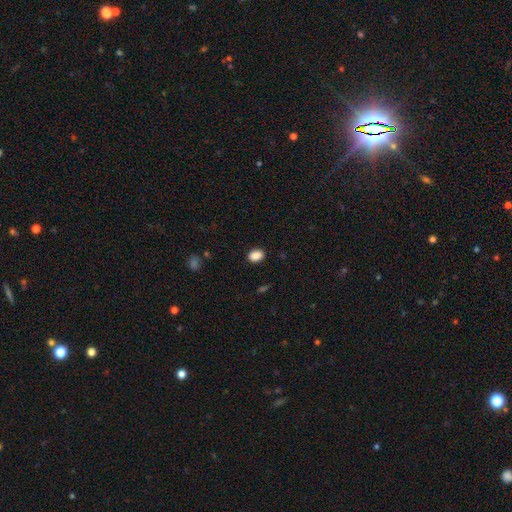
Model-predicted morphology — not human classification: Smooth or featured? Predicted: smooth (p=0.88). How rounded? Predicted: in between (p=0.77). Merging? Predicted: none (p=0.88).